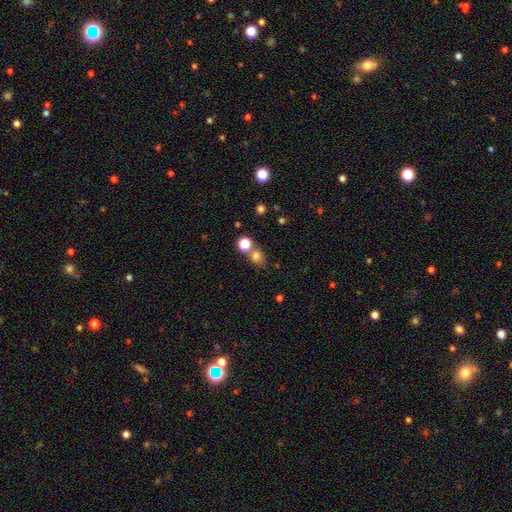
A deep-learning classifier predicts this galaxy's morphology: This is likely a smooth galaxy (74%). How rounded: likely round (66%). Merging: possibly none (56%).